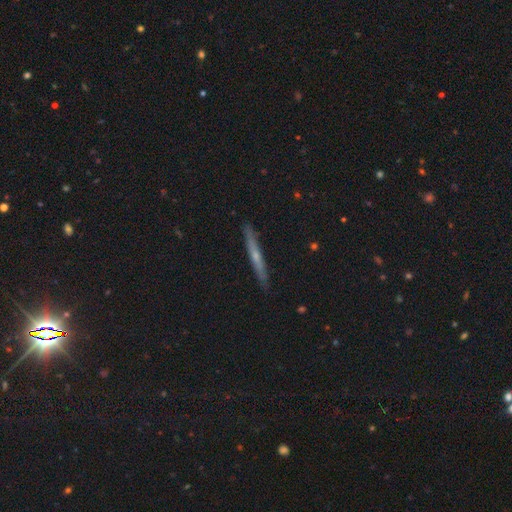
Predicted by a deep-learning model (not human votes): The model was most divided on "edge-on bulge": none: 49%, rounded: 47%, boxy: 4%. More confident: edge-on disk — yes (96%); merging — none (89%); smooth or featured — featured or disk (57%).